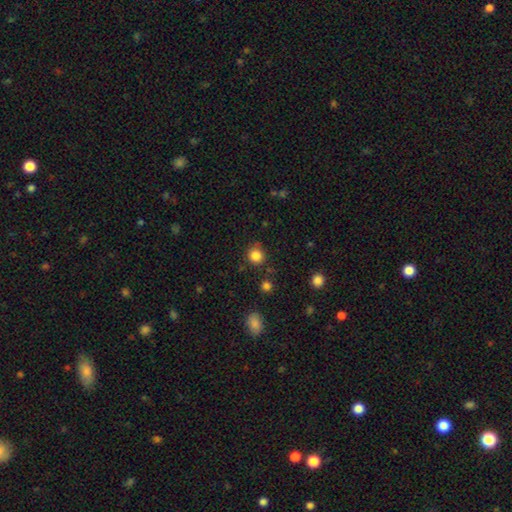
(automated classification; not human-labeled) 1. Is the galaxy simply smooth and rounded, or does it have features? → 85% smooth, 12% star or artifact, 4% featured or disk.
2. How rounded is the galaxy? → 92% round, 7% in between, 1% cigar-shaped.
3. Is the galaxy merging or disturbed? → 84% none, 10% minor disturbance, 3% major disturbance, 3% merger.